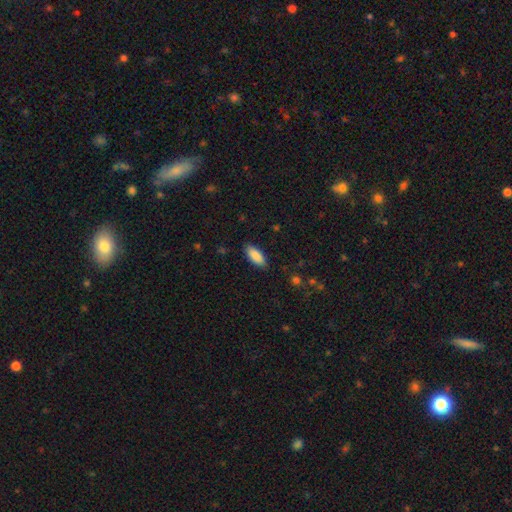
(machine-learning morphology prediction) Smooth or featured? Predicted: smooth (p=0.88). How rounded? Predicted: in between (p=0.83). Merging? Predicted: none (p=0.87).